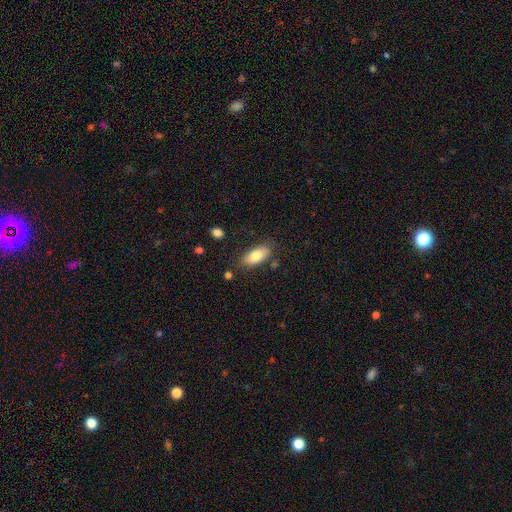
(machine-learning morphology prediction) smooth 80%, featured or disk 13%, star or artifact 7%. Down the decision tree: how rounded — in between (88%); merging — none (80%).